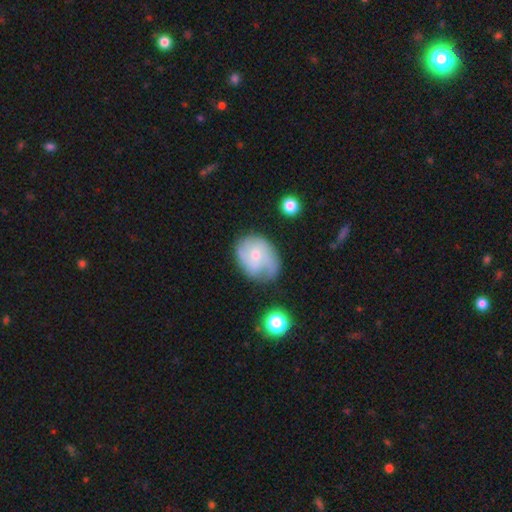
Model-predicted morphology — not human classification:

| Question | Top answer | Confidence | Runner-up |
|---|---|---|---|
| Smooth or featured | featured or disk | 59% | smooth (34%) |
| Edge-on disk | no | 97% | yes (3%) |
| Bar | no | 75% | weak (22%) |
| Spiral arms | yes | 80% | no (20%) |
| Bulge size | moderate | 49% | small (46%) |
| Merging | none | 52% | minor disturbance (30%) |